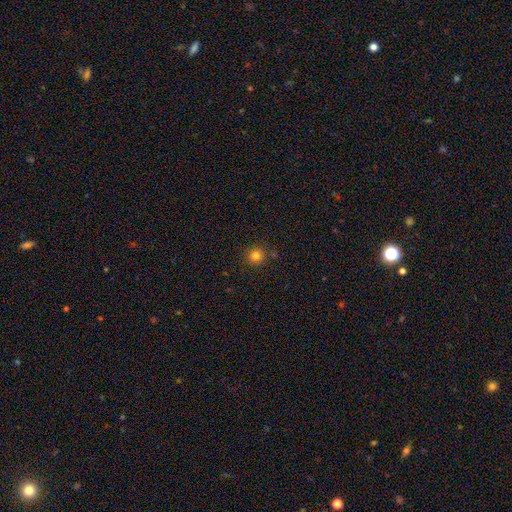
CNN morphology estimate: type=smooth (80%); roundness=round (93%); merging=none (86%).